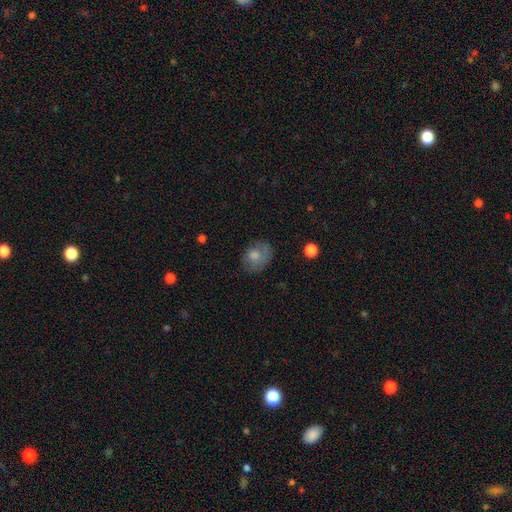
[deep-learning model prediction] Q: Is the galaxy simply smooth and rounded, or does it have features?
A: smooth — 69%.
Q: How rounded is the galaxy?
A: in between — 56%.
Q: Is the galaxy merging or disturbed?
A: none — 61%.